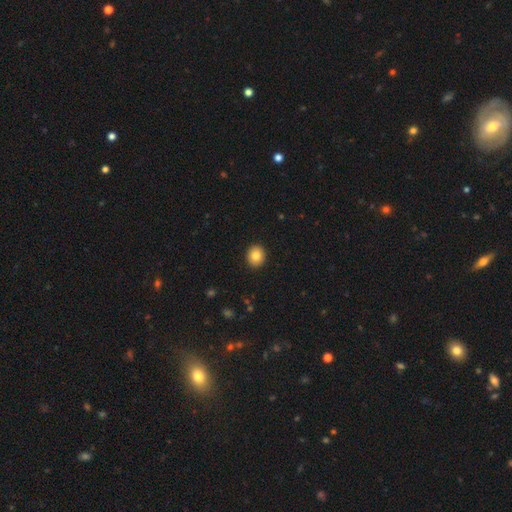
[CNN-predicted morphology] smooth_or_featured: smooth (p=0.84) [alt: star or artifact p=0.09]
how_rounded: round (p=0.76) [alt: in between p=0.23]
merging: none (p=0.92) [alt: minor disturbance p=0.05]